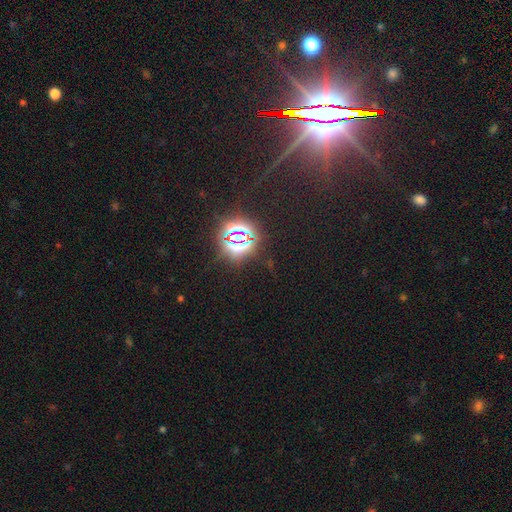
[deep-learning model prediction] A star or artifact, not a galaxy (79%).

Vote fractions:
- Smooth or featured? star or artifact: 79% / smooth: 11% / featured or disk: 10%